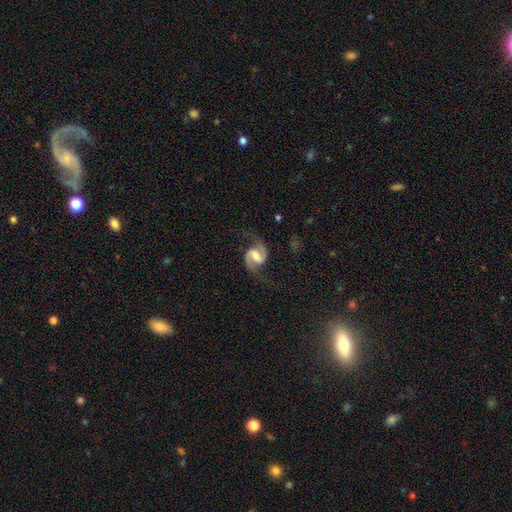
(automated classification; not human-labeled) A featured or disk galaxy (89%) with a weak bar (50%), 2 (94%) medium (48%) spiral arms (97%) and a moderate central bulge (52%).

Vote fractions:
- Smooth or featured? featured or disk: 89% / smooth: 6% / star or artifact: 5%
- Edge-on disk? no: 98% / yes: 2%
- Bar? weak: 50% / strong: 33% / no: 17%
- Spiral arms? yes: 97% / no: 3%
- Spiral winding? medium: 48% / loose: 41% / tight: 11%
- Spiral arm count? 2: 94% / can't tell: 2% / 1: 1% / 3: 1% / 4: 1% / more than 4: 1%
- Bulge size? moderate: 52% / small: 24% / large: 14% / none: 9% / dominant: 2%
- Merging? none: 75% / minor disturbance: 14% / major disturbance: 10% / merger: 1%